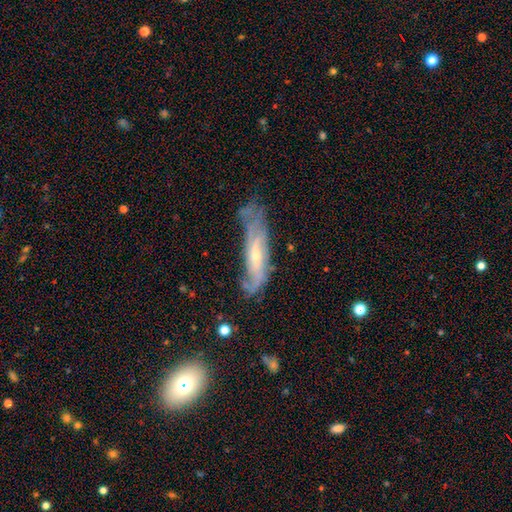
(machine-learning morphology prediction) Q: Smooth or featured?
A: featured or disk (71%); runner-up: smooth (22%)
Q: Edge-on disk?
A: no (68%); runner-up: yes (32%)
Q: Merging?
A: none (46%); runner-up: minor disturbance (30%)